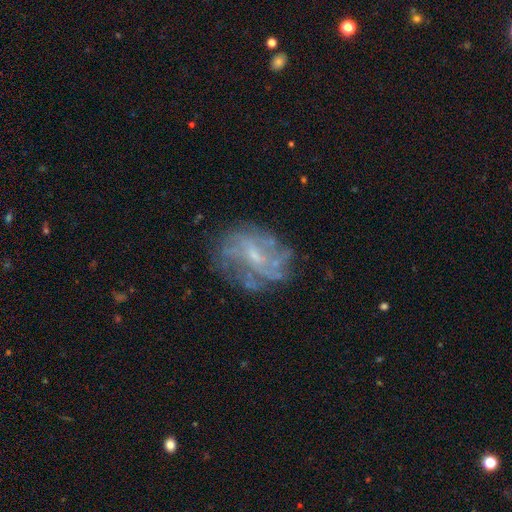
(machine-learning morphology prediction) This is likely a featured or disk galaxy (72%). It is clearly not viewed edge-on (97%). Bar: possibly no (50%). Spiral arm pattern: likely yes (69%). Central bulge: likely small (62%). Merging: likely none (66%).